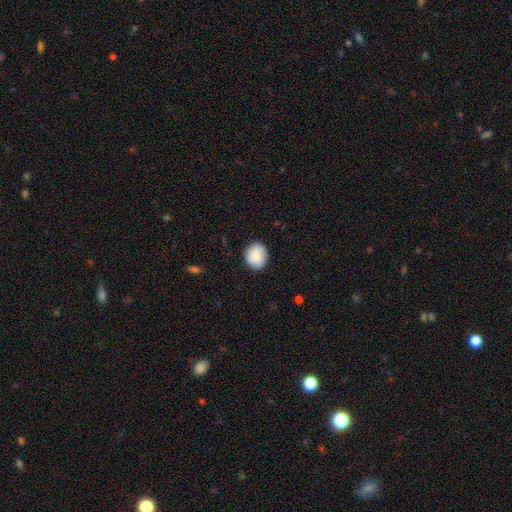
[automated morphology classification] This is clearly a smooth galaxy (83%). How rounded: likely round (71%). Merging: clearly none (87%).